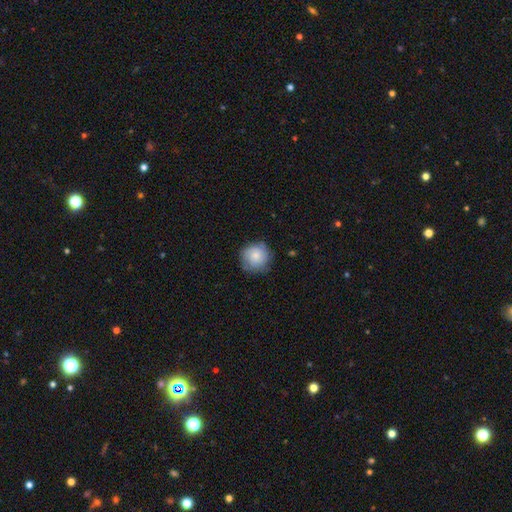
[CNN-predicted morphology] This is likely a smooth galaxy (71%). How rounded: clearly round (92%). Merging: likely none (77%).